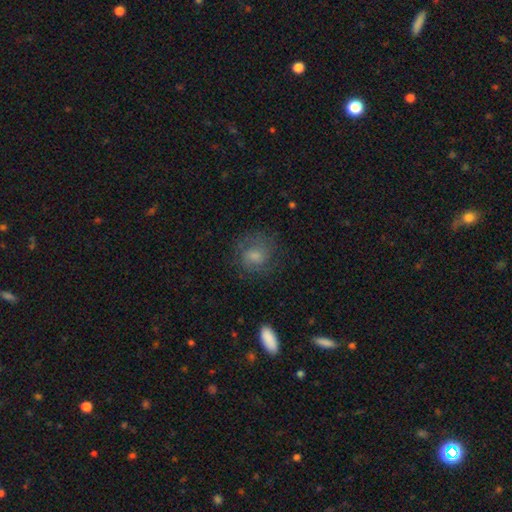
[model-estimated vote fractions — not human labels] A smooth galaxy with no disk features (46%).

Vote fractions:
- Smooth or featured? smooth: 46% / featured or disk: 40% / star or artifact: 14%
- Merging? none: 71% / minor disturbance: 17% / major disturbance: 11% / merger: 1%